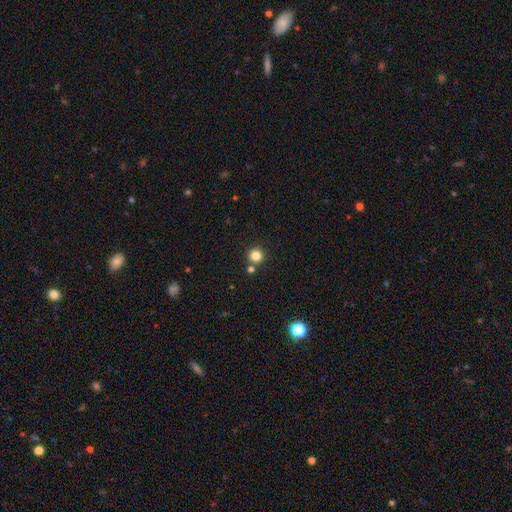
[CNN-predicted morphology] The model was most divided on "smooth or featured": smooth: 82%, star or artifact: 13%, featured or disk: 5%. More confident: how rounded — round (94%); merging — none (83%).